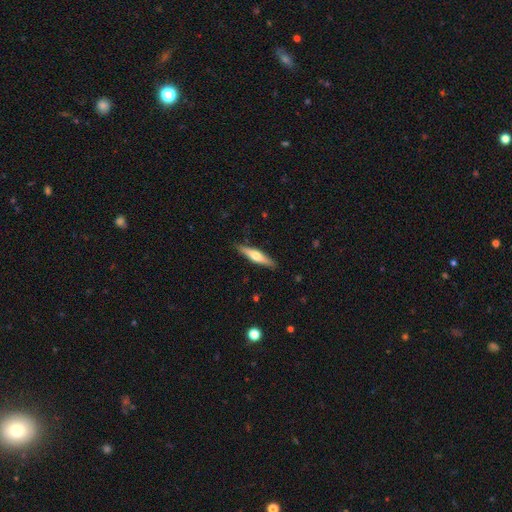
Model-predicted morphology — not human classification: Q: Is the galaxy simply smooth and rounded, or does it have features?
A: featured or disk — 53%.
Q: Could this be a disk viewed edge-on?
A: yes — 95%.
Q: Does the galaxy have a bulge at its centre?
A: rounded — 90%.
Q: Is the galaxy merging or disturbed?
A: none — 89%.